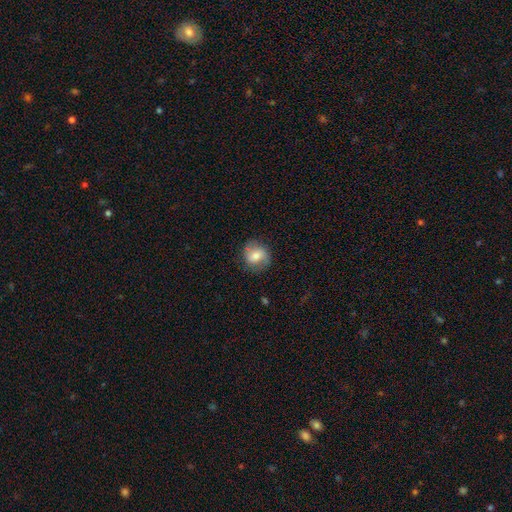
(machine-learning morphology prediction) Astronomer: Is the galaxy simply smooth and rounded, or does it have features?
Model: smooth — 56% (runner-up: featured or disk, 35%).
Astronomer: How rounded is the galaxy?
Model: round — 79%.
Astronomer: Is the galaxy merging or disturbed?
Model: none — 78%.